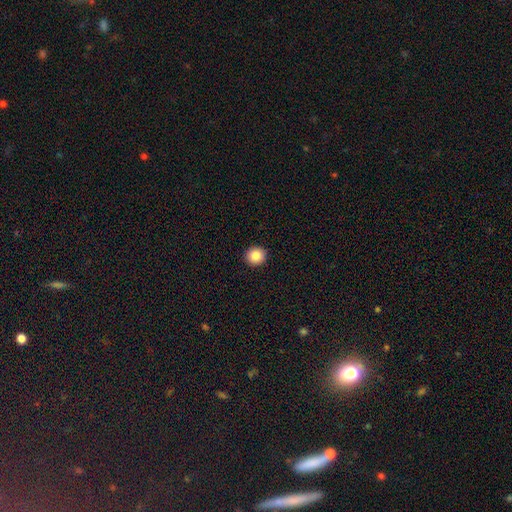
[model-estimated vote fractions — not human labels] Smooth or featured? smooth (86%)
How rounded? round (91%)
Merging? none (93%)